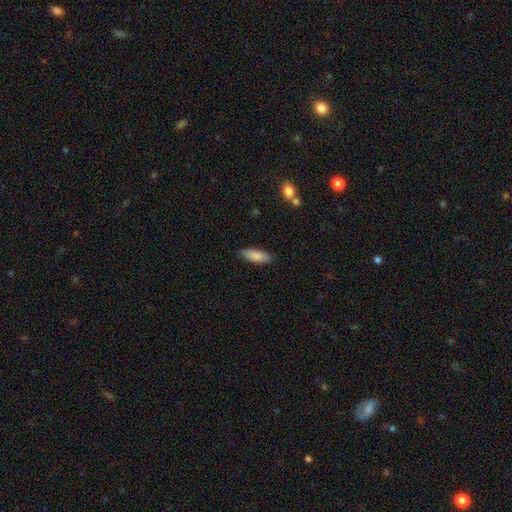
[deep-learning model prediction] Q: Smooth or featured?
A: smooth (86%); runner-up: featured or disk (8%)
Q: How rounded?
A: in between (67%); runner-up: cigar-shaped (32%)
Q: Merging?
A: none (85%); runner-up: minor disturbance (12%)